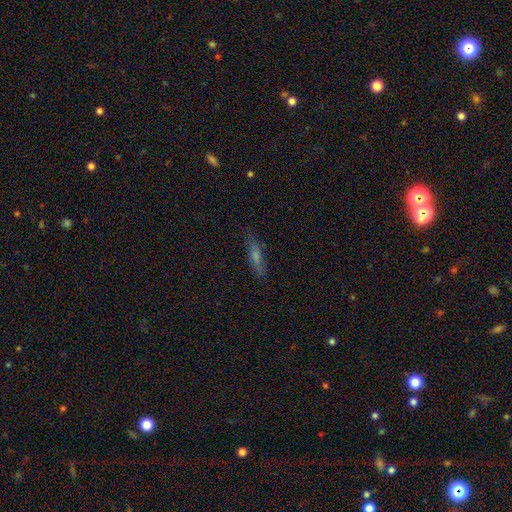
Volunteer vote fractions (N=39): Morphology: type=featured or disk (62%); edge-on=yes (79%); edge-on bulge=rounded (79%); merging=none (77%).